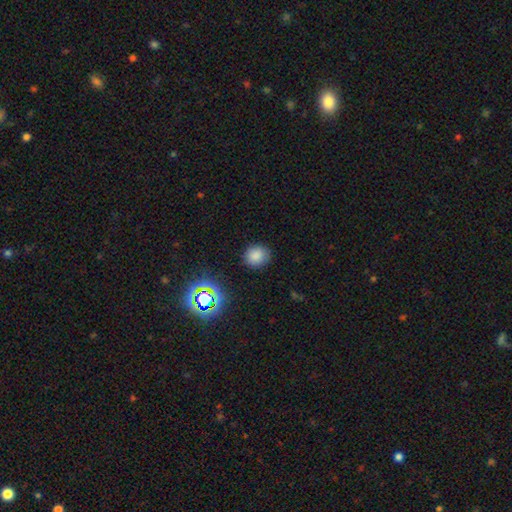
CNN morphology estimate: A smooth galaxy with no disk features (80%) that is round (74%). Merging: none (85%).